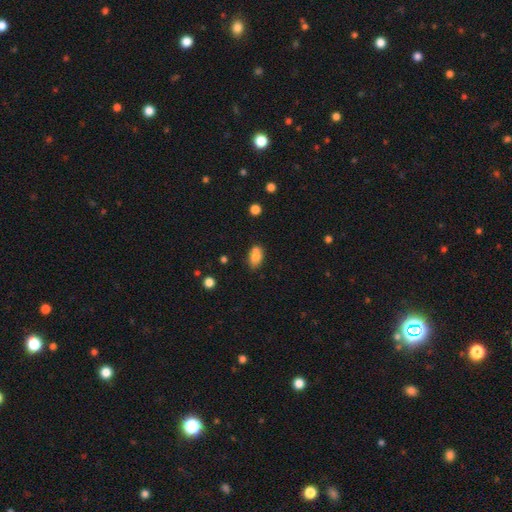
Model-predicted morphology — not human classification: A smooth galaxy with no disk features (76%) that is in between round and cigar-shaped (82%). Merging: none (49%).